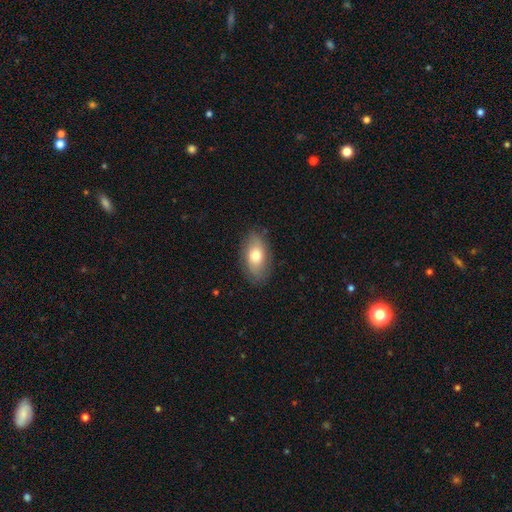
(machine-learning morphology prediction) Smooth or featured? Predicted: smooth (p=0.71). How rounded? Predicted: in between (p=0.91). Merging? Predicted: none (p=0.82).